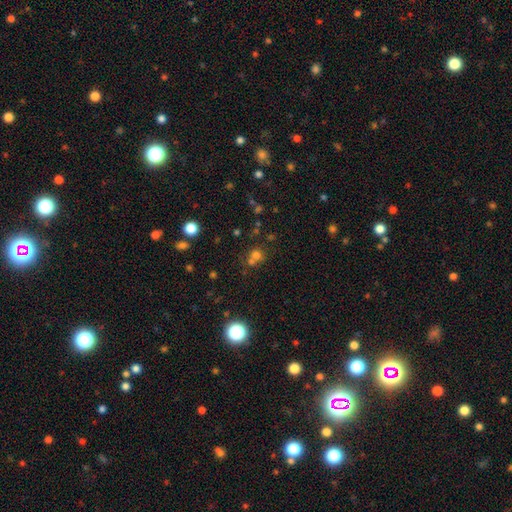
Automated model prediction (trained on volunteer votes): Morphology: type=smooth (63%); roundness=round (84%); merging=none (51%).